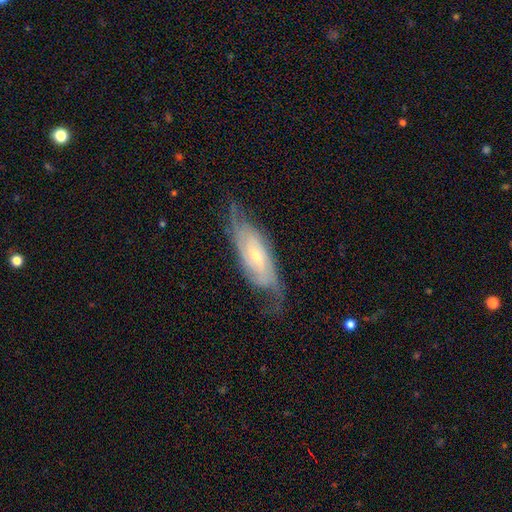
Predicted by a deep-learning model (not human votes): Smooth or featured: featured or disk — 82% (smooth — 13%)
Edge-on disk: no — 86% (yes — 14%)
Bar: no — 47% (weak — 41%)
Spiral arms: yes — 95% (no — 5%)
Spiral winding: tight — 51% (medium — 37%)
Spiral arm count: 2 — 48% (can't tell — 29%)
Bulge size: small — 54% (moderate — 40%)
Merging: none — 68% (minor disturbance — 21%)